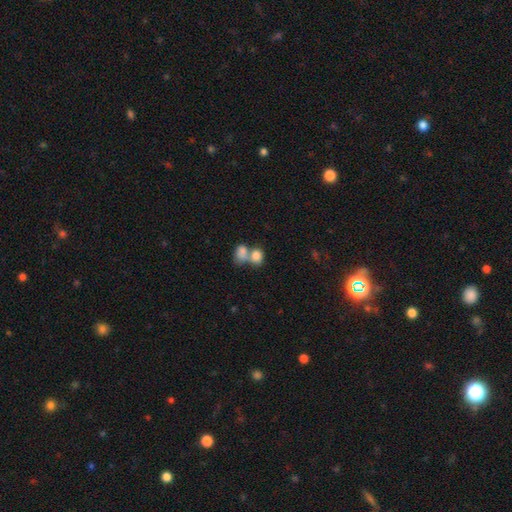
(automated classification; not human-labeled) The model was most divided on "how rounded": in between: 58%, round: 41%, cigar-shaped: 1%. More confident: smooth or featured — smooth (81%); merging — merger (65%).